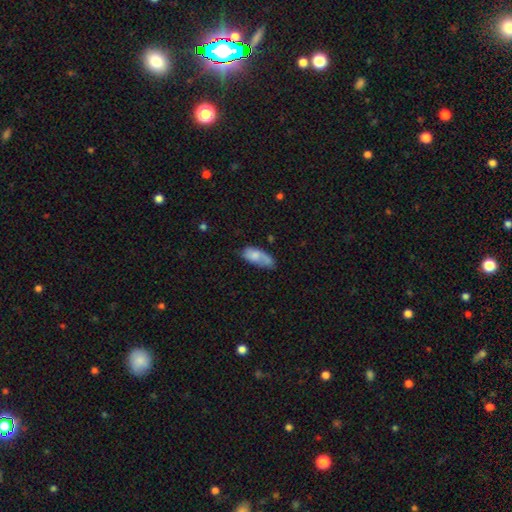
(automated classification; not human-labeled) The model was most divided on "merging": none: 42%, minor disturbance: 35%, major disturbance: 16%, merger: 7%. More confident: how rounded — in between (85%); smooth or featured — smooth (67%).